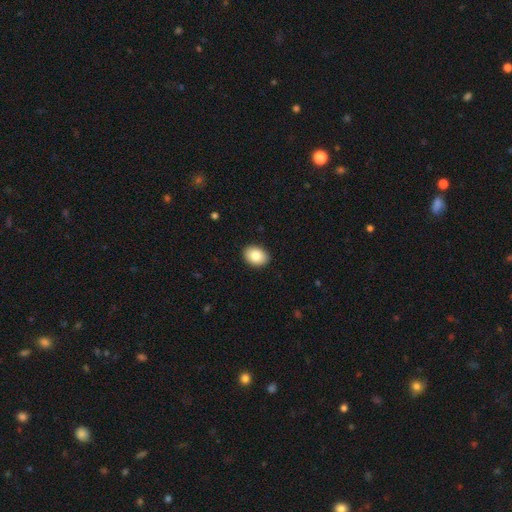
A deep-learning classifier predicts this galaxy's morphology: smooth-or-featured: smooth: 83% | featured or disk: 9% | star or artifact: 7%
  how-rounded: in between: 73% | round: 26% | cigar-shaped: 1%
  merging: none: 91% | minor disturbance: 7% | major disturbance: 2% | merger: 1%